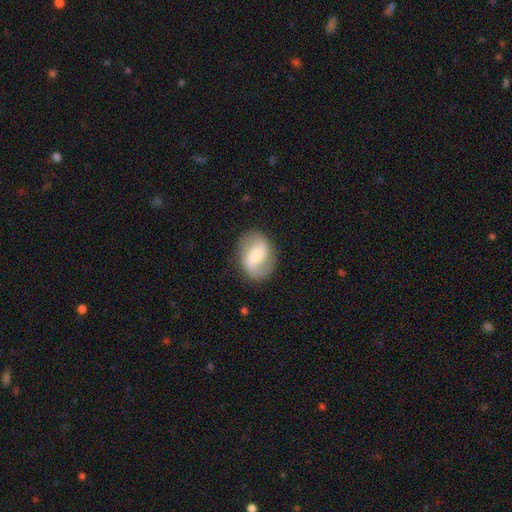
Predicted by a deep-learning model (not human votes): A featured or disk galaxy (68%) with a weak bar (45%), 2 (90%) loose (52%) spiral arms (87%) and a moderate central bulge (51%). Merging: none (84%).